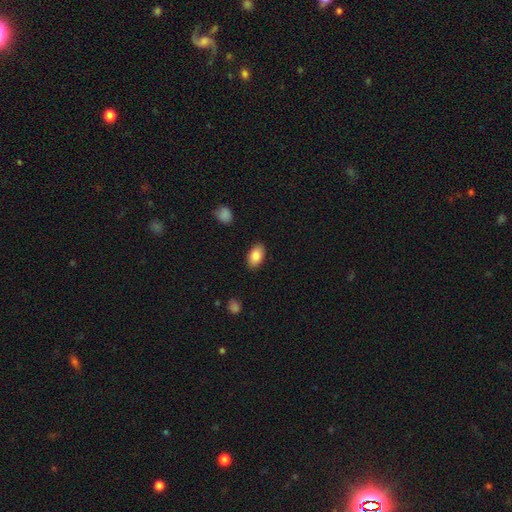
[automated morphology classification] Q: Smooth or featured?
A: smooth (86%); runner-up: featured or disk (7%)
Q: How rounded?
A: in between (93%); runner-up: round (5%)
Q: Merging?
A: none (87%); runner-up: minor disturbance (9%)